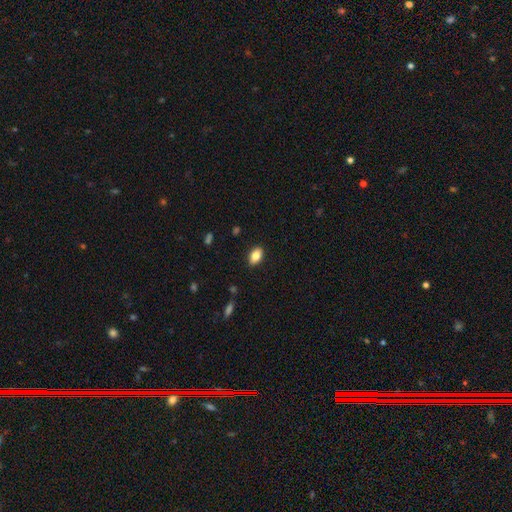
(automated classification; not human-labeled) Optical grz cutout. It shows a smooth galaxy with no disk features (83%) that is in between round and cigar-shaped (90%). Merging: none (87%).